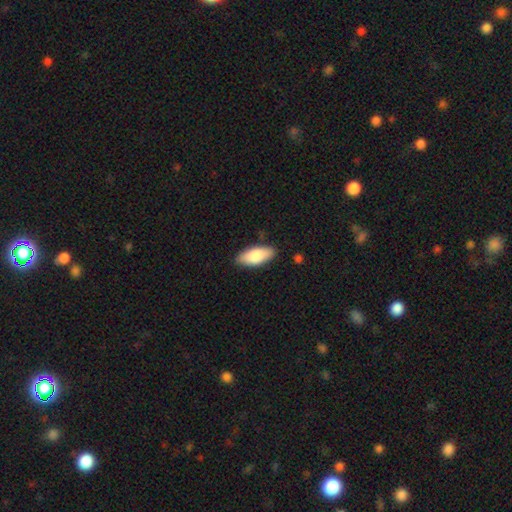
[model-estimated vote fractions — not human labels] Smooth or featured? Predicted: smooth (p=0.82). How rounded? Predicted: in between (p=0.85). Merging? Predicted: none (p=0.85).